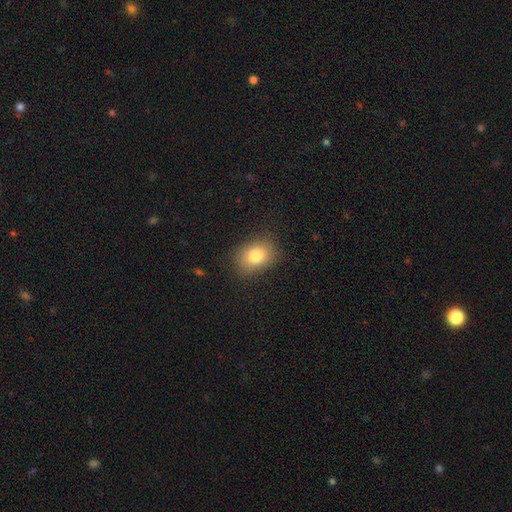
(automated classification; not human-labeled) A smooth galaxy with no disk features (80%) that is in between round and cigar-shaped (64%). Merging: none (85%).